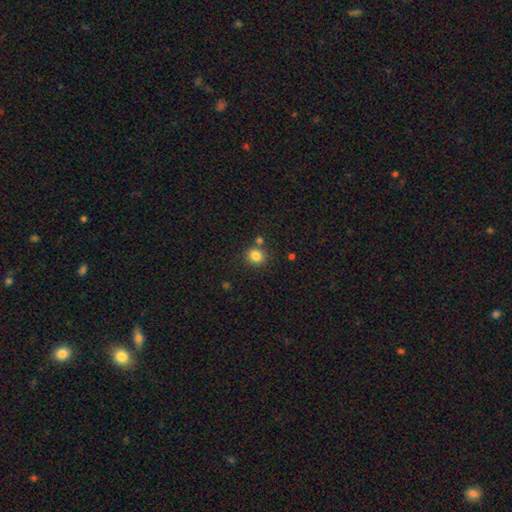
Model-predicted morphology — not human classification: Smooth or featured?
  - smooth: 83% *
  - star or artifact: 12%
  - featured or disk: 5%
How rounded?
  - round: 85% *
  - in between: 15%
  - cigar-shaped: 1%
Merging?
  - none: 77% *
  - merger: 11%
  - minor disturbance: 9%
  - major disturbance: 3%